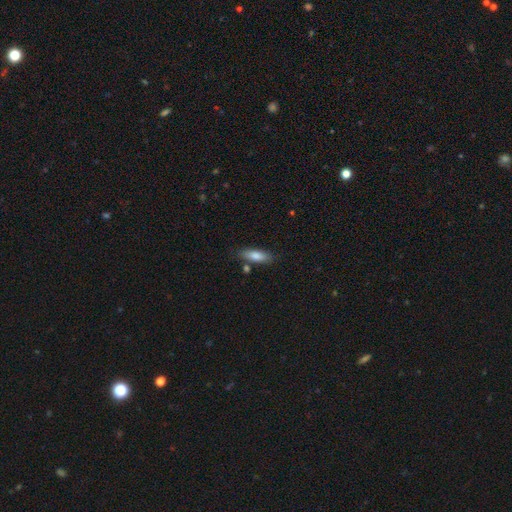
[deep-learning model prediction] smooth_or_featured: smooth (p=0.79) [alt: featured or disk p=0.15]
how_rounded: in between (p=0.50) [alt: cigar-shaped p=0.48]
merging: none (p=0.78) [alt: minor disturbance p=0.13]